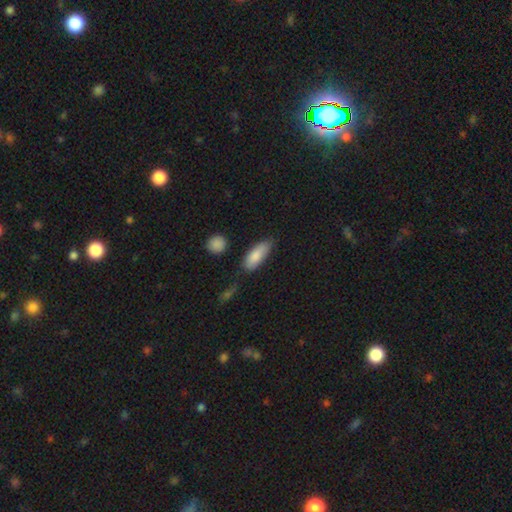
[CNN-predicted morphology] Smooth or featured: smooth — 85% (featured or disk — 9%)
How rounded: in between — 78% (cigar-shaped — 20%)
Merging: none — 65% (minor disturbance — 23%)